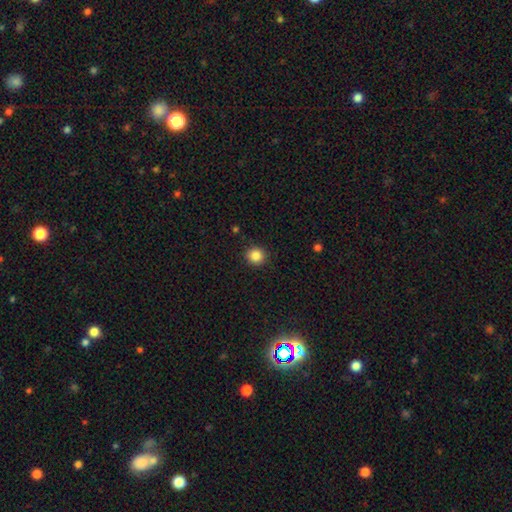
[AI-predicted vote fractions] smooth 85%, star or artifact 11%, featured or disk 4%. Down the decision tree: how rounded — round (90%); merging — none (92%).